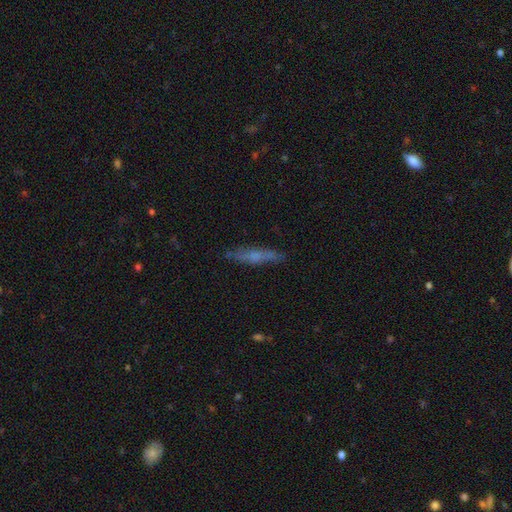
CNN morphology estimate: This appears to be a featured or disk galaxy (49%). Merging: none (81%).